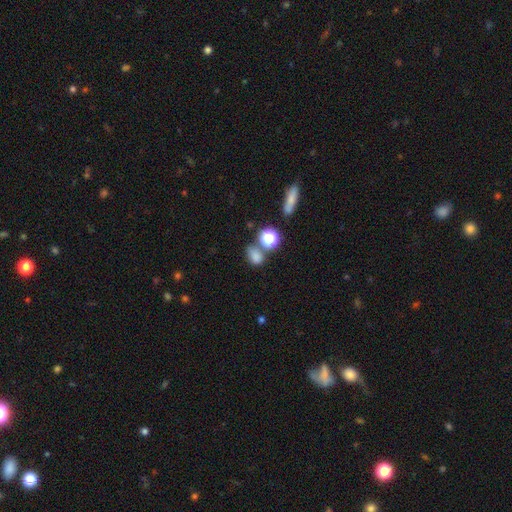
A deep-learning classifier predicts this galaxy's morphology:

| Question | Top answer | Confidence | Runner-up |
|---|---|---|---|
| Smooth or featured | smooth | 74% | star or artifact (19%) |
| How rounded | in between | 61% | round (37%) |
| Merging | none | 53% | merger (24%) |